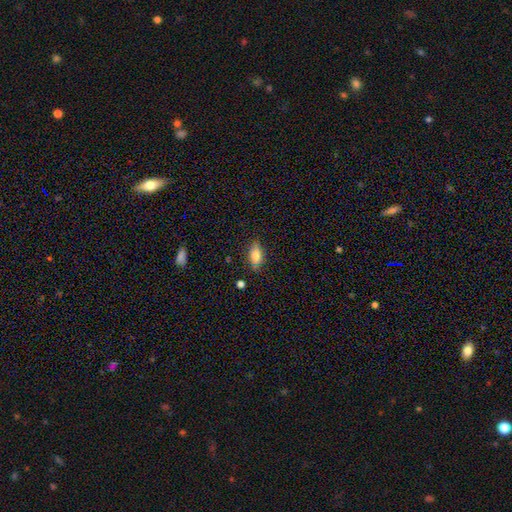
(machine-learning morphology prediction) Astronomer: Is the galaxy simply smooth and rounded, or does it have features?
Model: smooth — 76%.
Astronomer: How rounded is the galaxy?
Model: in between — 84%.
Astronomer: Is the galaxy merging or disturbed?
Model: none — 81%.